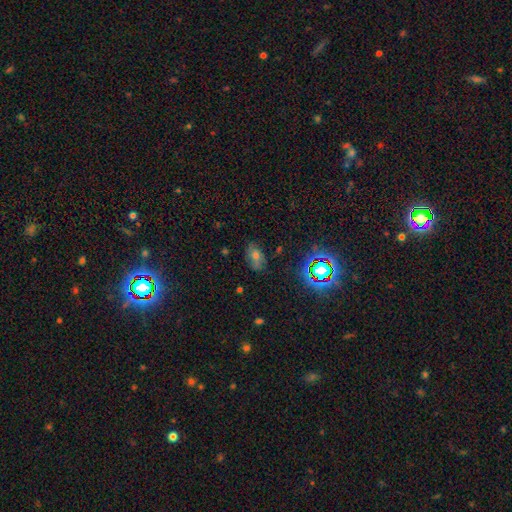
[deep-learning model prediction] Q: Smooth or featured?
A: smooth (48%); runner-up: star or artifact (30%)
Q: Merging?
A: none (73%); runner-up: minor disturbance (19%)